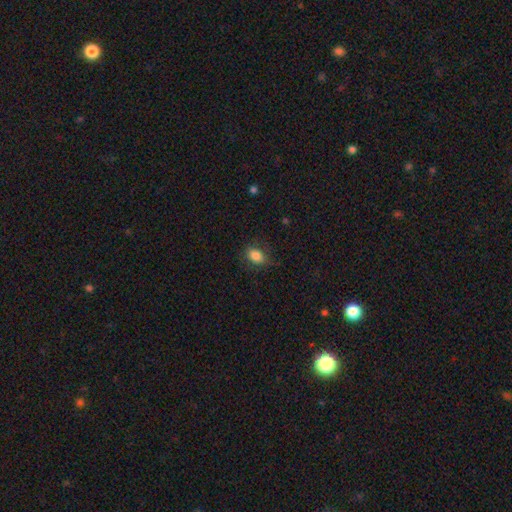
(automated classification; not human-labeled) Q: Smooth or featured?
A: smooth (84%); runner-up: star or artifact (9%)
Q: How rounded?
A: in between (76%); runner-up: round (22%)
Q: Merging?
A: none (76%); runner-up: minor disturbance (17%)